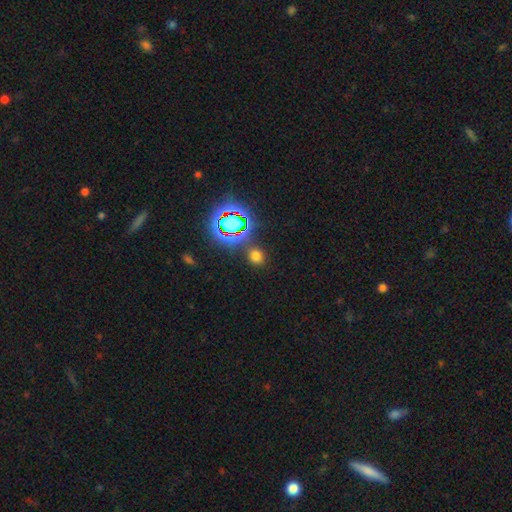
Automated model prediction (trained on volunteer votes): Q: Smooth or featured?
A: smooth (64%); runner-up: star or artifact (30%)
Q: How rounded?
A: round (79%); runner-up: in between (19%)
Q: Merging?
A: none (84%); runner-up: minor disturbance (9%)